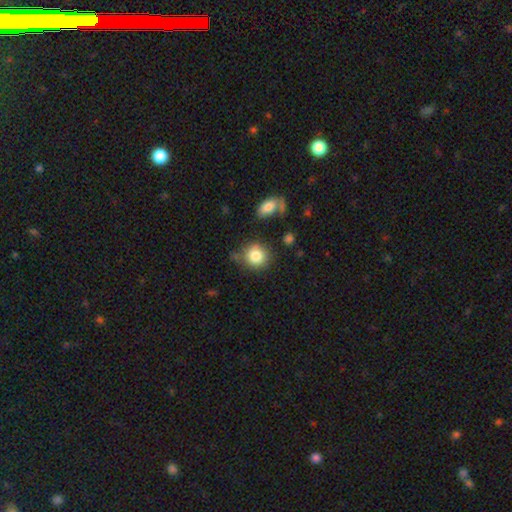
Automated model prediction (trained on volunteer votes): smooth-or-featured: smooth: 83% | star or artifact: 9% | featured or disk: 8%
  how-rounded: round: 82% | in between: 16% | cigar-shaped: 1%
  merging: none: 71% | minor disturbance: 17% | merger: 6% | major disturbance: 5%